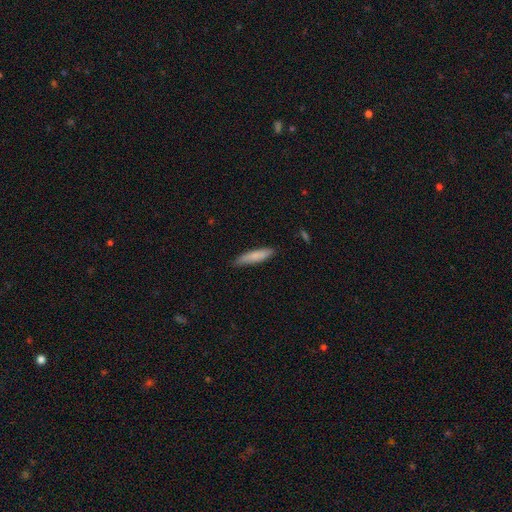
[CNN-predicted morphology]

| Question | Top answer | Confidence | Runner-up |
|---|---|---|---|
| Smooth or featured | smooth | 80% | featured or disk (15%) |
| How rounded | cigar-shaped | 82% | in between (16%) |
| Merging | none | 83% | minor disturbance (14%) |